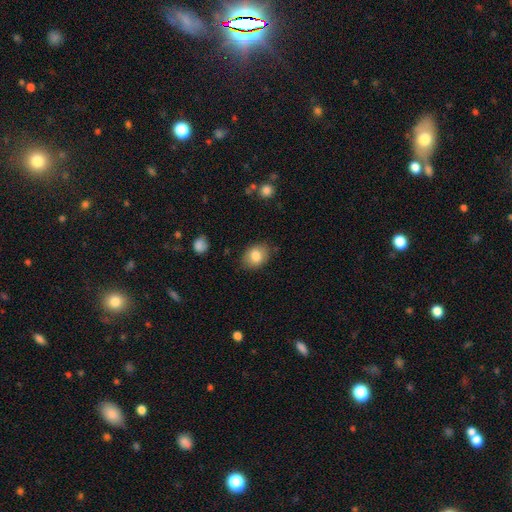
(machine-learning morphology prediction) A smooth galaxy with no disk features (82%) that is in between round and cigar-shaped (69%).

Vote fractions:
- Smooth or featured? smooth: 82% / featured or disk: 10% / star or artifact: 8%
- How rounded? in between: 69% / round: 30% / cigar-shaped: 1%
- Merging? none: 81% / minor disturbance: 14% / major disturbance: 3% / merger: 2%